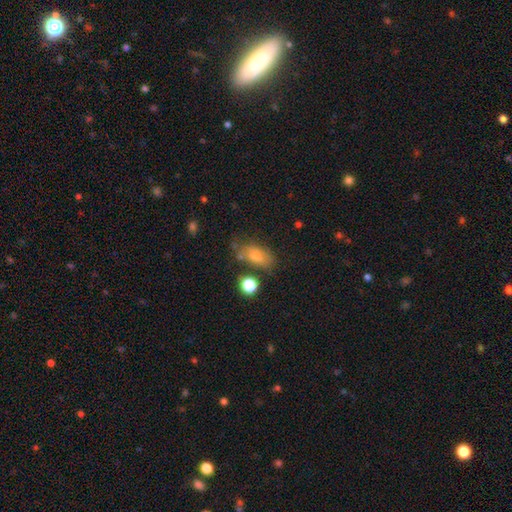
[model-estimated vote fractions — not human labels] A smooth galaxy with no disk features (70%) that is in between round and cigar-shaped (84%). Merging: none (59%).